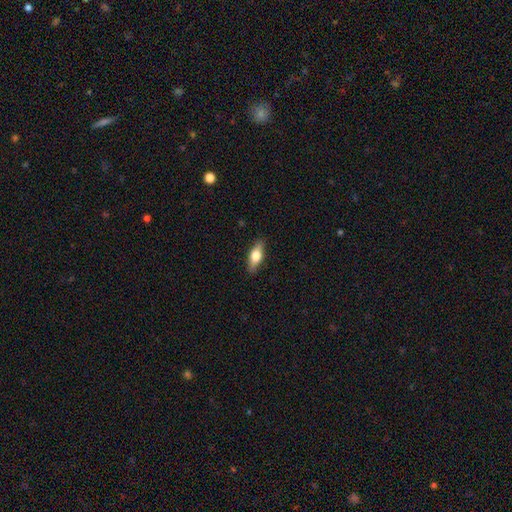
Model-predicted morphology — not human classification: Overall: smooth (60%; featured or disk 33%). How rounded: in between (67%; cigar-shaped 29%). Merging: none (88%).